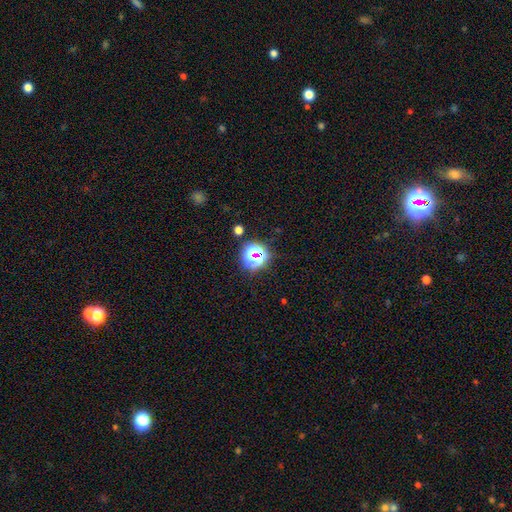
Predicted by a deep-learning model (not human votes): star or artifact 57%, smooth 33%, featured or disk 11%.